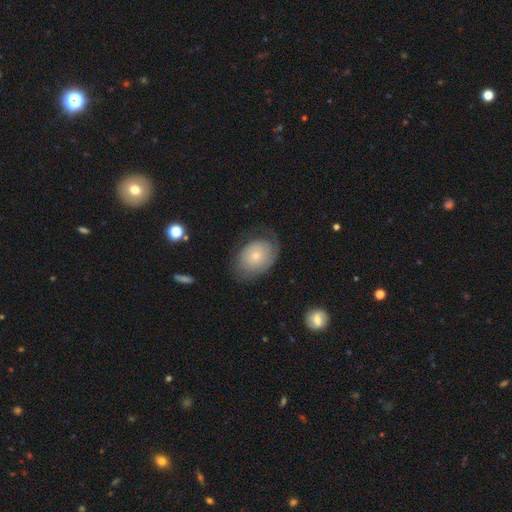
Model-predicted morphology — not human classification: This appears to be a smooth galaxy with no disk features (50%). Merging: none (58%).